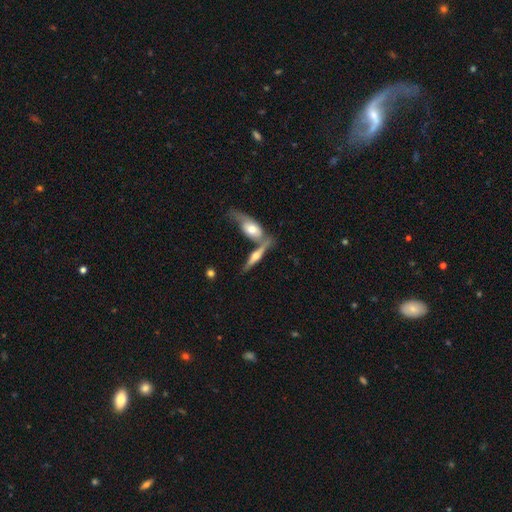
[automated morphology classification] type=featured or disk (64%); edge-on=yes (91%); edge-on bulge=rounded (91%); merging=none (48%).